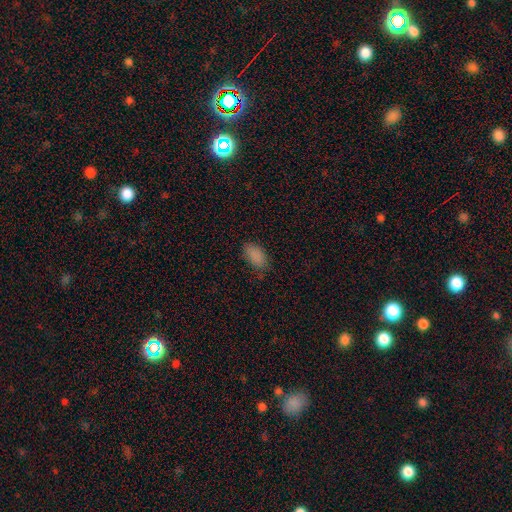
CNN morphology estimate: smooth-or-featured: smooth: 86% | star or artifact: 10% | featured or disk: 4%
  how-rounded: in between: 93% | round: 4% | cigar-shaped: 3%
  merging: none: 76% | minor disturbance: 19% | major disturbance: 4% | merger: 1%